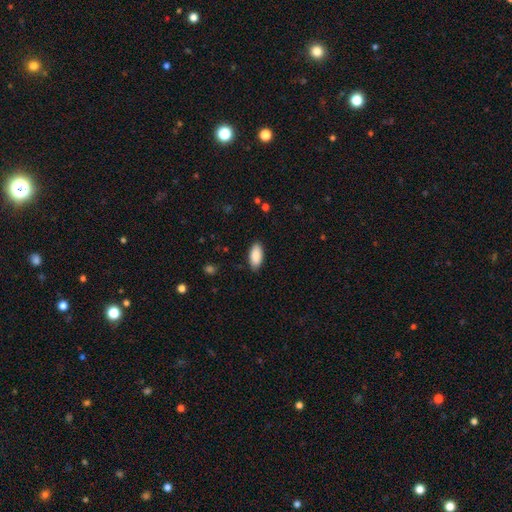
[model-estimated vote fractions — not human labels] smooth-or-featured: smooth: 89% | star or artifact: 6% | featured or disk: 5%
  how-rounded: in between: 91% | cigar-shaped: 8% | round: 2%
  merging: none: 86% | minor disturbance: 10% | major disturbance: 2% | merger: 1%